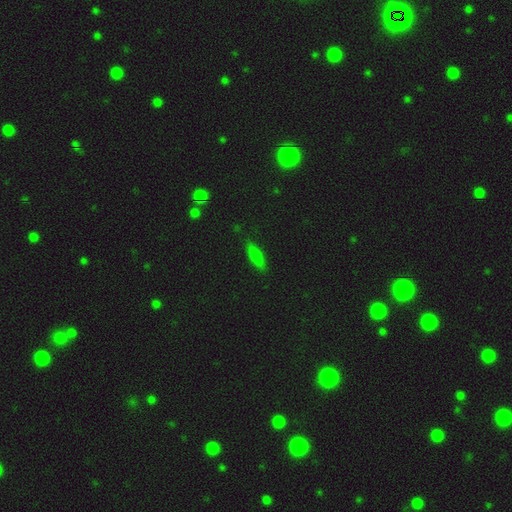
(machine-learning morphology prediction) Smooth or featured? smooth (72%)
How rounded? cigar-shaped (50%)
Merging? none (85%)